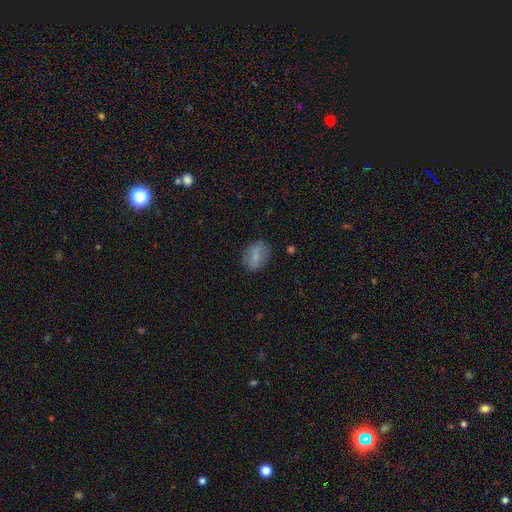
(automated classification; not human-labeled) A smooth galaxy with no disk features (71%) that is in between round and cigar-shaped (71%).

Vote fractions:
- Smooth or featured? smooth: 71% / featured or disk: 20% / star or artifact: 9%
- How rounded? in between: 71% / round: 26% / cigar-shaped: 3%
- Merging? none: 79% / minor disturbance: 15% / major disturbance: 5% / merger: 2%